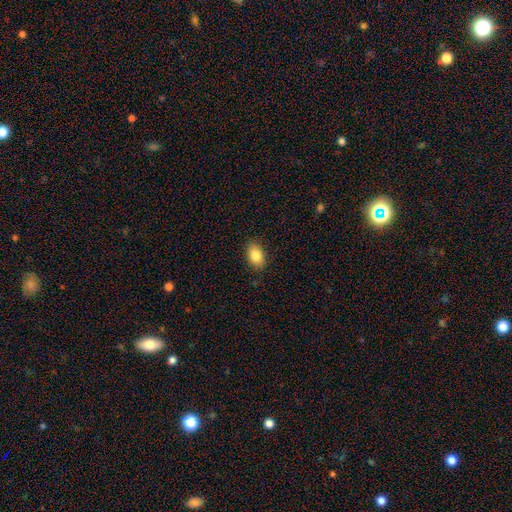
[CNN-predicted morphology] smooth_or_featured: smooth (p=0.84) [alt: star or artifact p=0.08]
how_rounded: in between (p=0.87) [alt: round p=0.12]
merging: none (p=0.88) [alt: minor disturbance p=0.09]